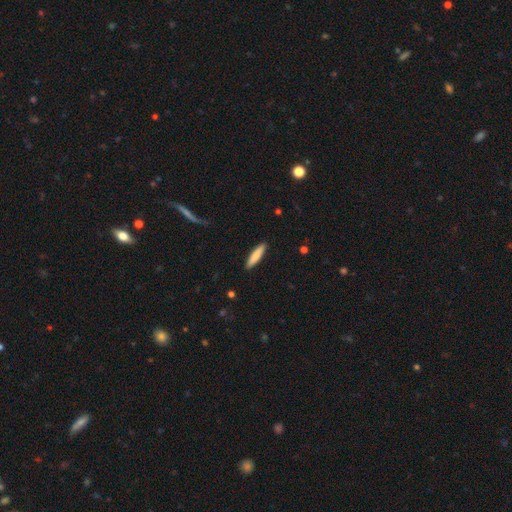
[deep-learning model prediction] Q: Smooth or featured?
A: smooth (82%); runner-up: featured or disk (13%)
Q: How rounded?
A: cigar-shaped (83%); runner-up: in between (16%)
Q: Merging?
A: none (91%); runner-up: minor disturbance (7%)